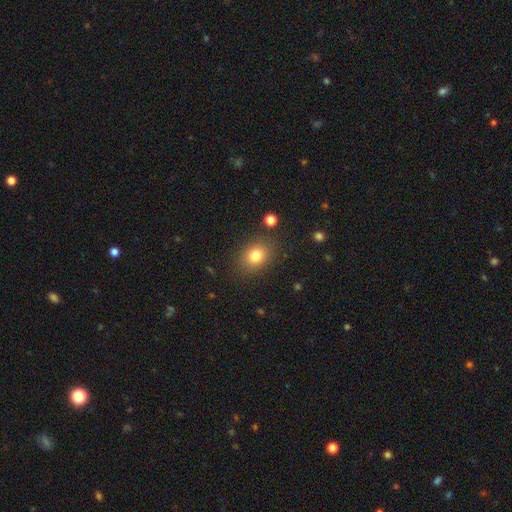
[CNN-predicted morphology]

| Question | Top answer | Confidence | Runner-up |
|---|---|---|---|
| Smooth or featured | smooth | 80% | star or artifact (11%) |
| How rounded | in between | 56% | round (43%) |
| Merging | none | 83% | minor disturbance (11%) |